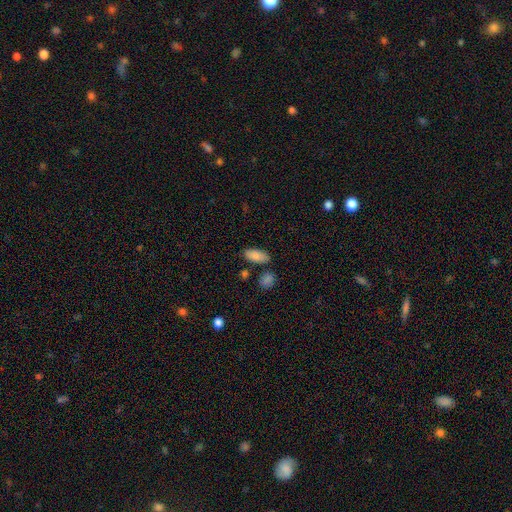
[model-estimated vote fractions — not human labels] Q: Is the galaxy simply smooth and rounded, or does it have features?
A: smooth — 85%.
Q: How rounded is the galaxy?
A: in between — 89%.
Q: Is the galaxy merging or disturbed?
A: none — 77%.